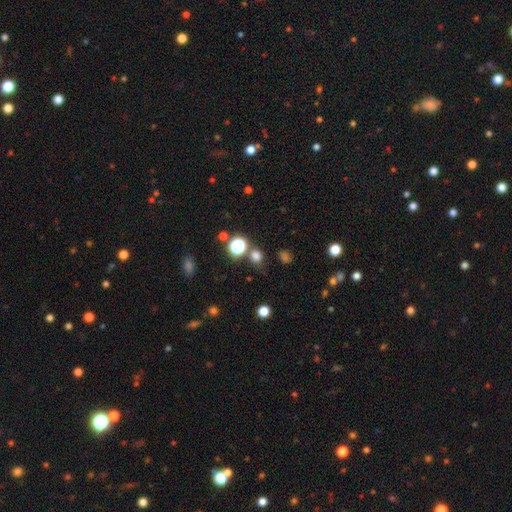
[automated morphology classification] This is likely a smooth galaxy (68%). How rounded: clearly round (80%). Merging: likely none (74%).